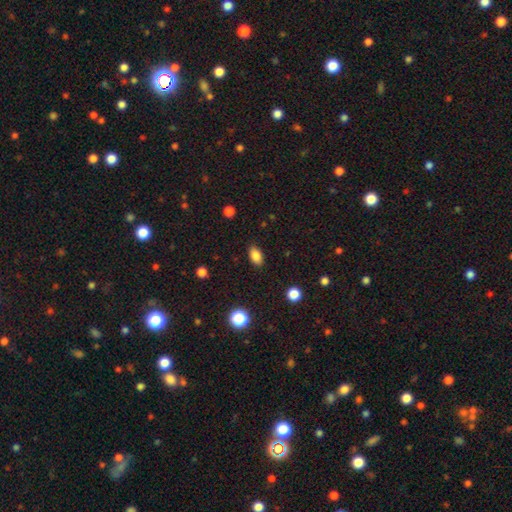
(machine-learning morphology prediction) This is clearly a smooth galaxy (85%). How rounded: clearly in between (89%). Merging: clearly none (87%).